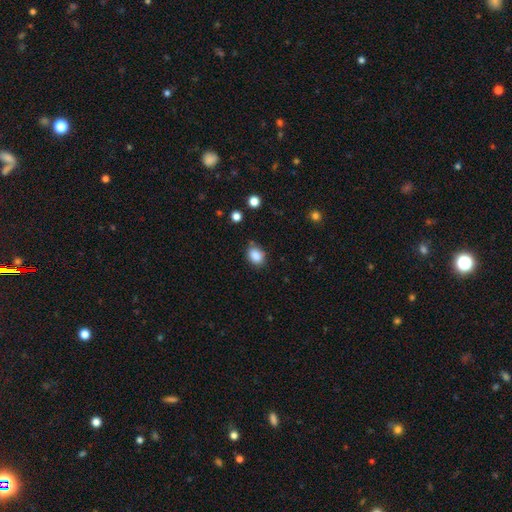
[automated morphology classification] A smooth galaxy with no disk features (87%) that is in between round and cigar-shaped (60%). Merging: none (78%).